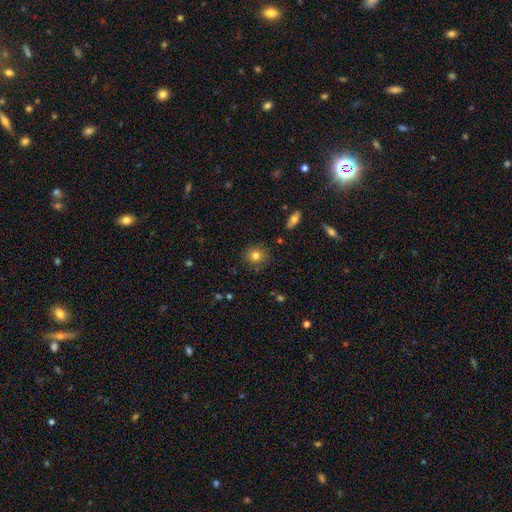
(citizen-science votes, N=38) Volunteers were most divided on "smooth or featured": smooth: 79%, featured or disk: 13%, star or artifact: 8%. More confident: how rounded — round (93%); merging — none (86%).